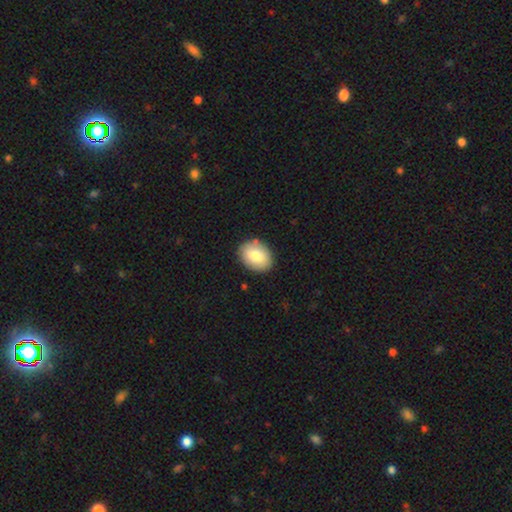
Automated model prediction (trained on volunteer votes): This appears to be a smooth galaxy with no disk features (79%) that is in between round and cigar-shaped (72%). Merging: none (85%).